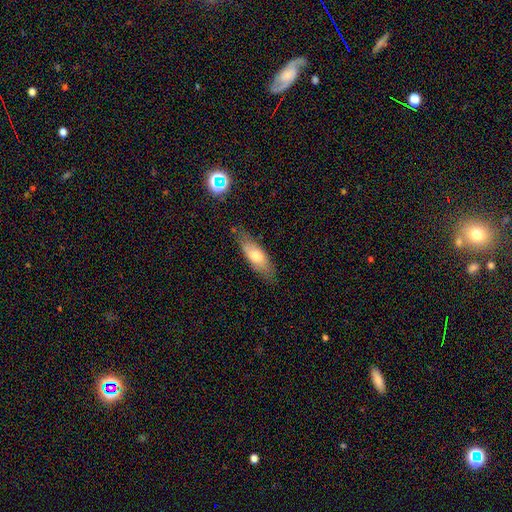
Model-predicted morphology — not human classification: The model was most divided on "how rounded": in between: 59%, cigar-shaped: 40%, round: 2%. More confident: merging — none (75%); smooth or featured — smooth (68%).